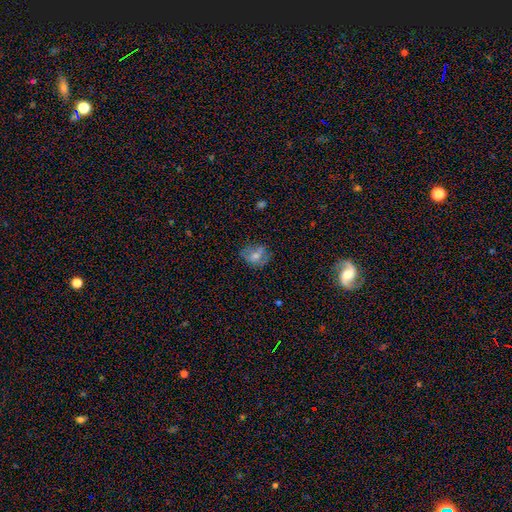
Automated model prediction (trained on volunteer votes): Smooth or featured? Predicted: smooth (p=0.58). How rounded? Predicted: in between (p=0.51). Merging? Predicted: none (p=0.63).